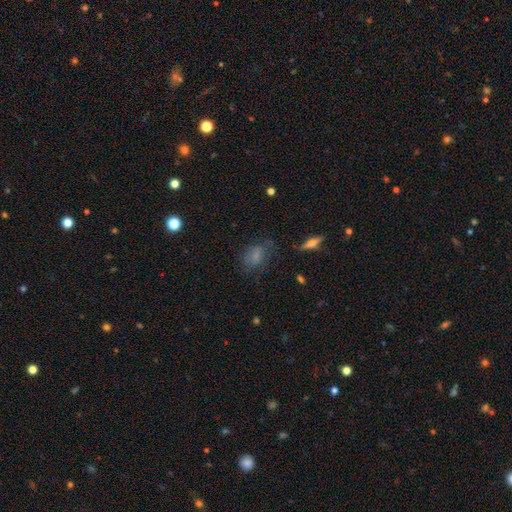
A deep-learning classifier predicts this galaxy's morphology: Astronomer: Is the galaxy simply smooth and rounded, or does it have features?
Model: smooth — 67%.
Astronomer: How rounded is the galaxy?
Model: in between — 72%.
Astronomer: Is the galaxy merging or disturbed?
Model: none — 59%.